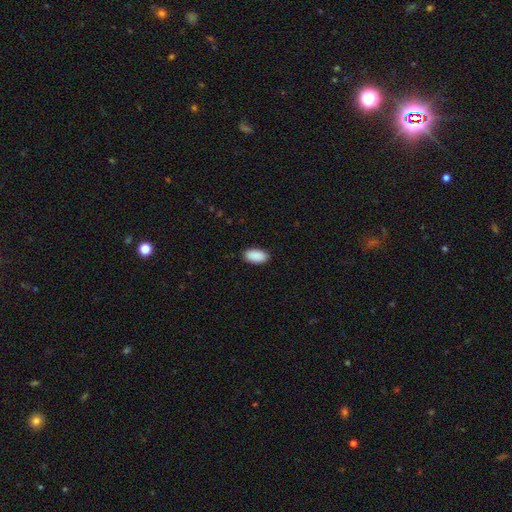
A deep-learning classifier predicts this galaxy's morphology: A smooth galaxy with no disk features (91%) that is in between round and cigar-shaped (95%). Merging: none (89%).